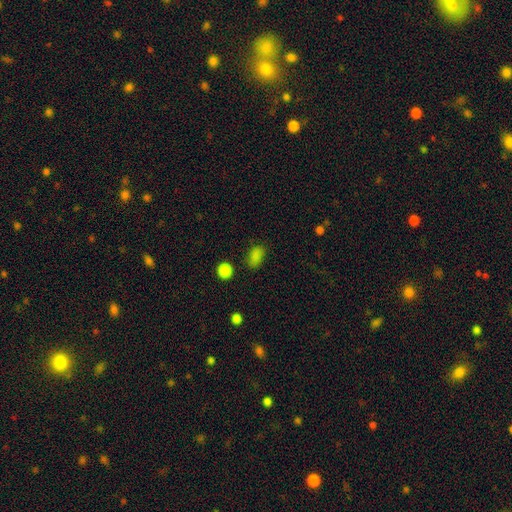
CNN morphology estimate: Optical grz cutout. It shows a smooth galaxy with no disk features (81%) that is in between round and cigar-shaped (82%). Merging: none (76%).